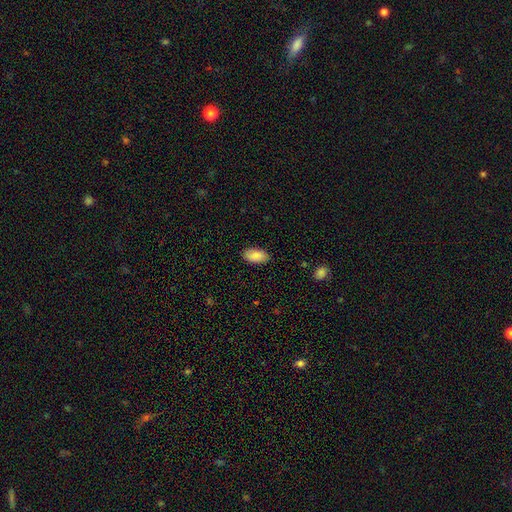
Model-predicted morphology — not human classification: Smooth or featured? Predicted: smooth (p=0.86). How rounded? Predicted: in between (p=0.94). Merging? Predicted: none (p=0.86).